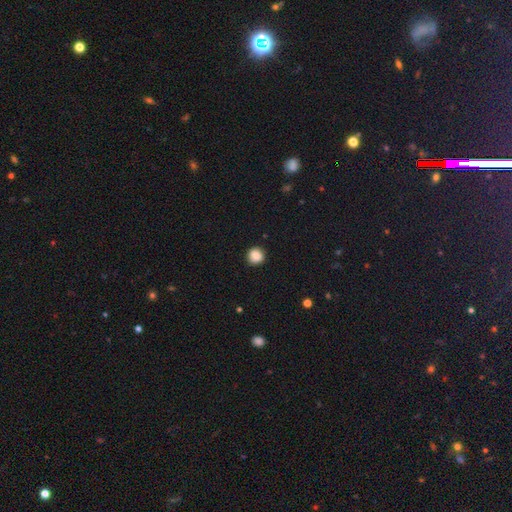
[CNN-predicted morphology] This appears to be a smooth galaxy with no disk features (86%) that is round (90%). Merging: none (89%).